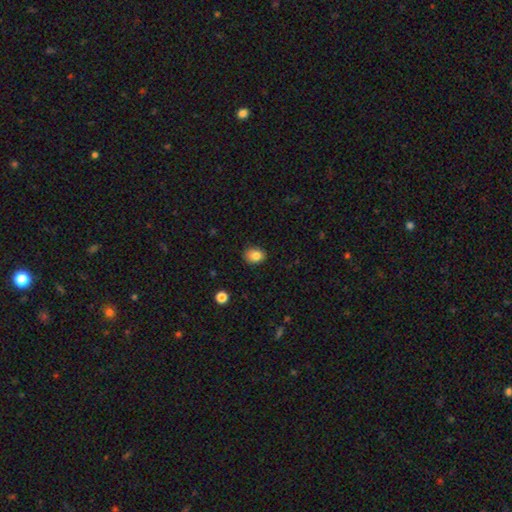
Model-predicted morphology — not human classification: The model was most divided on "how rounded": in between: 52%, round: 47%, cigar-shaped: 1%. More confident: merging — none (85%); smooth or featured — smooth (83%).